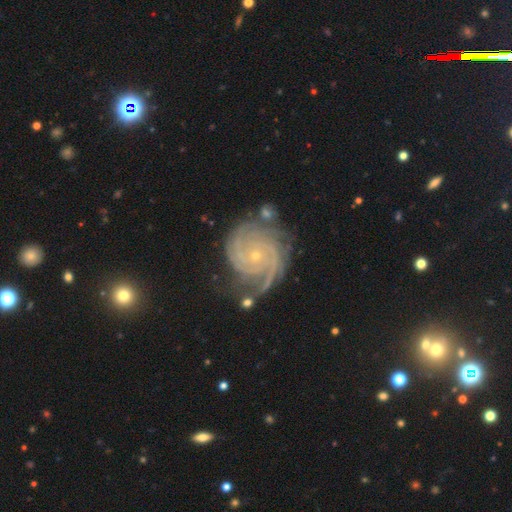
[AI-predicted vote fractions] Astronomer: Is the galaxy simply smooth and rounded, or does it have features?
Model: featured or disk — 90%.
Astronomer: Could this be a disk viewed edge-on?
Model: no — 98%.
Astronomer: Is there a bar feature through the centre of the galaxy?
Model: no — 77%.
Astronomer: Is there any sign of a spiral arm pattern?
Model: yes — 98%.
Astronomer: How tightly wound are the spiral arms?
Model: tight — 76%.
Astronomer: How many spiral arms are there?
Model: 3 — 27% (runner-up: 2, 23%).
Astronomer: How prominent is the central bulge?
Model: small — 86%.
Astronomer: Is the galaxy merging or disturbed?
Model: none — 62%.